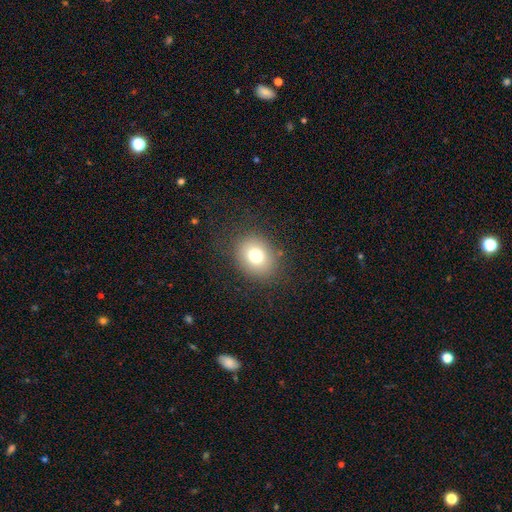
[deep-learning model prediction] Q: Smooth or featured?
A: smooth (76%); runner-up: star or artifact (13%)
Q: How rounded?
A: round (57%); runner-up: in between (42%)
Q: Merging?
A: none (84%); runner-up: minor disturbance (10%)